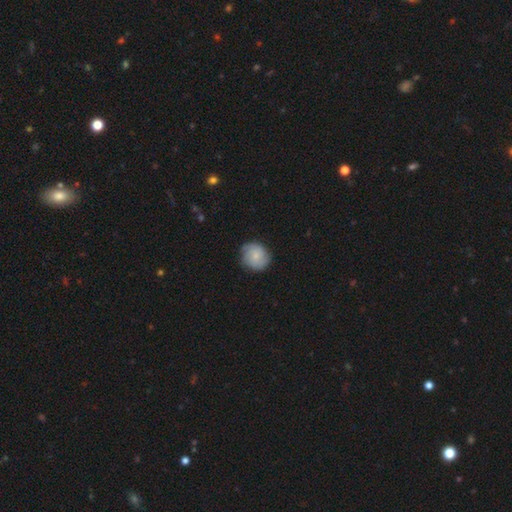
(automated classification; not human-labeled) Smooth or featured?
  - smooth: 62% *
  - featured or disk: 31%
  - star or artifact: 7%
How rounded?
  - round: 87% *
  - in between: 12%
  - cigar-shaped: 1%
Merging?
  - none: 80% *
  - minor disturbance: 15%
  - major disturbance: 4%
  - merger: 1%